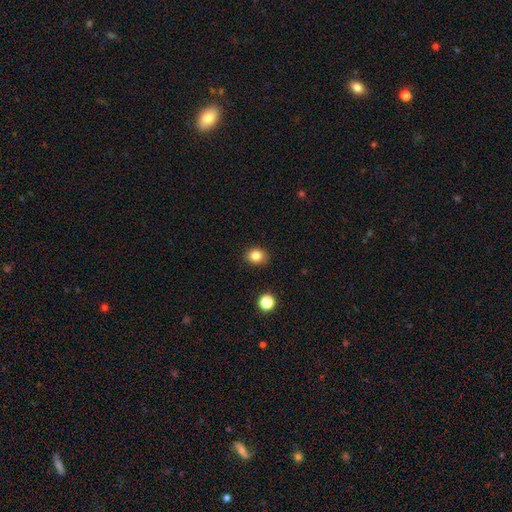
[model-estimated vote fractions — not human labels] smooth_or_featured: smooth (p=0.84) [alt: star or artifact p=0.11]
how_rounded: round (p=0.64) [alt: in between p=0.36]
merging: none (p=0.88) [alt: minor disturbance p=0.08]